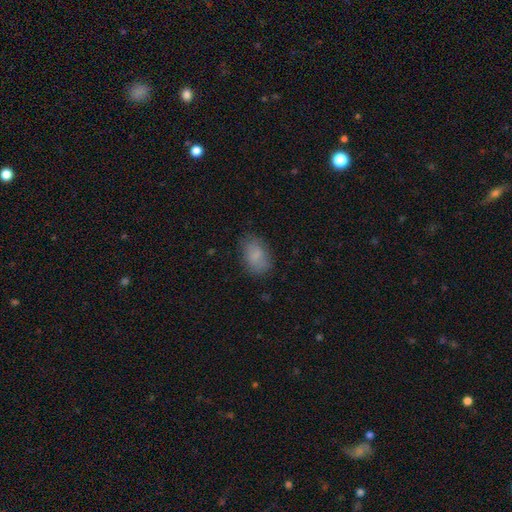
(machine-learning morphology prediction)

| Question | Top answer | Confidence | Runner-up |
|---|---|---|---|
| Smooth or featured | smooth | 81% | featured or disk (11%) |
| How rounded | in between | 88% | round (11%) |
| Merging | none | 74% | minor disturbance (19%) |